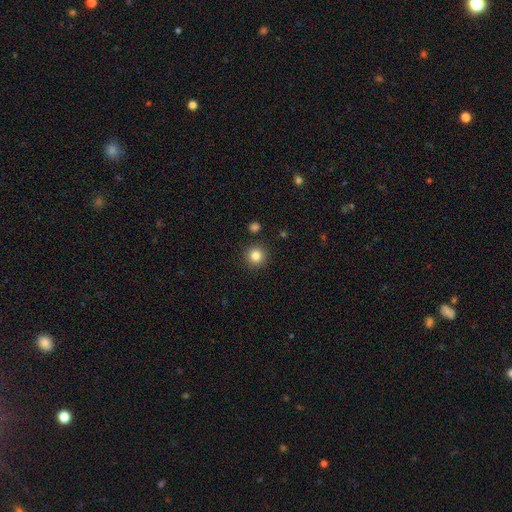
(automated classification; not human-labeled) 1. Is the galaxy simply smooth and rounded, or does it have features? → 83% smooth, 11% star or artifact, 5% featured or disk.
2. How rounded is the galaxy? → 95% round, 4% in between, 1% cigar-shaped.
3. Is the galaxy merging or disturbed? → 90% none, 5% minor disturbance, 2% merger, 2% major disturbance.